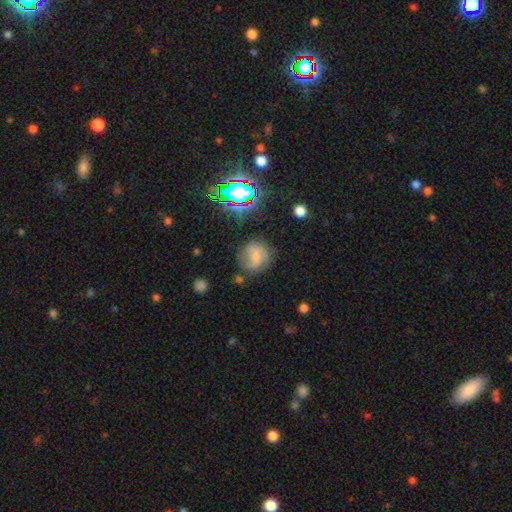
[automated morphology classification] Smooth or featured?
  - smooth: 47% *
  - featured or disk: 38%
  - star or artifact: 16%
Merging?
  - none: 63% *
  - minor disturbance: 21%
  - major disturbance: 12%
  - merger: 4%